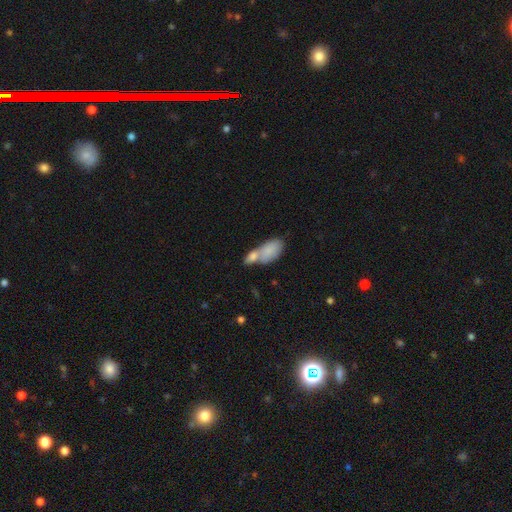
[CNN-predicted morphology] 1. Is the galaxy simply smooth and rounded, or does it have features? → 80% smooth, 13% featured or disk, 7% star or artifact.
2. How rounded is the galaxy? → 88% in between, 7% cigar-shaped, 5% round.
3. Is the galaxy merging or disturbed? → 59% merger, 26% none, 10% minor disturbance, 5% major disturbance.